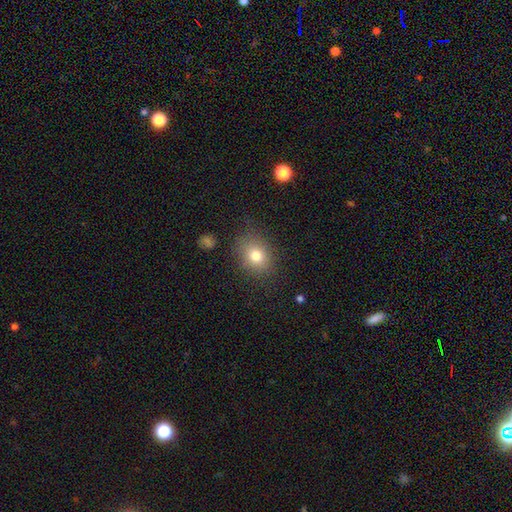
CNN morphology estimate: Overall: smooth (78%). How rounded: round (51%; in between 48%). Merging: none (79%).